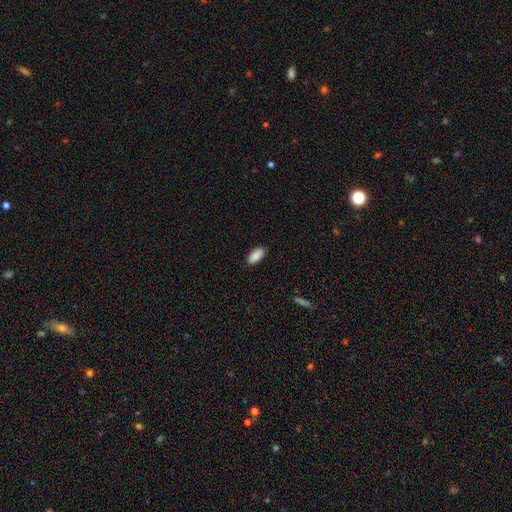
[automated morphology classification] This appears to be a smooth galaxy with no disk features (90%) that is in between round and cigar-shaped (91%). Merging: none (88%).